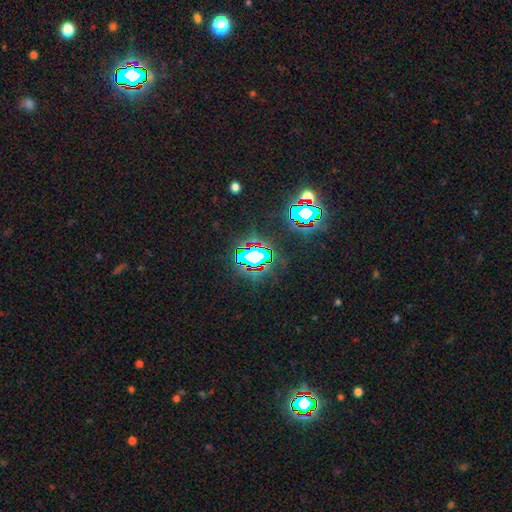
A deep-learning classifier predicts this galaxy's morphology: This appears to be a star or artifact, not a galaxy (67%).